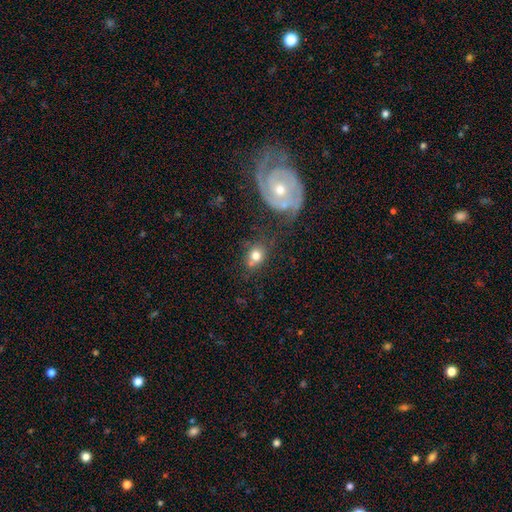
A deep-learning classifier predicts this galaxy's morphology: Overall: smooth (74%). How rounded: round (63%; in between 36%). Merging: none (51%; merger 22%).